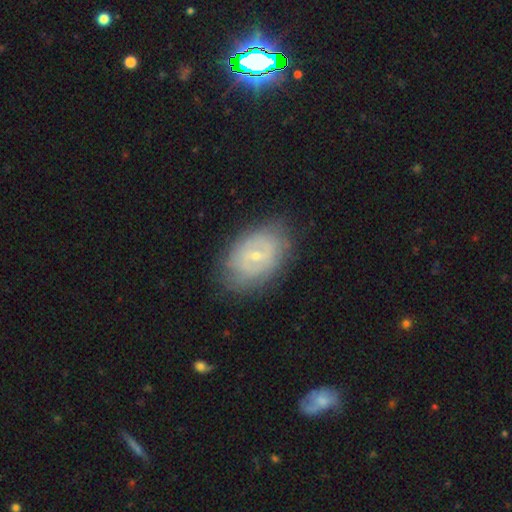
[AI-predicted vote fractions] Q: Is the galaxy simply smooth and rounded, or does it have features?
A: featured or disk — 60%.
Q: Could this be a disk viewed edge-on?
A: no — 95%.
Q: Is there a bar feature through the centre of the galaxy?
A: no — 45%.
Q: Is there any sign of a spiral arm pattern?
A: yes — 52%.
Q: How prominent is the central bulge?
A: small — 70%.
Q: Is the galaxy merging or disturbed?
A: none — 76%.